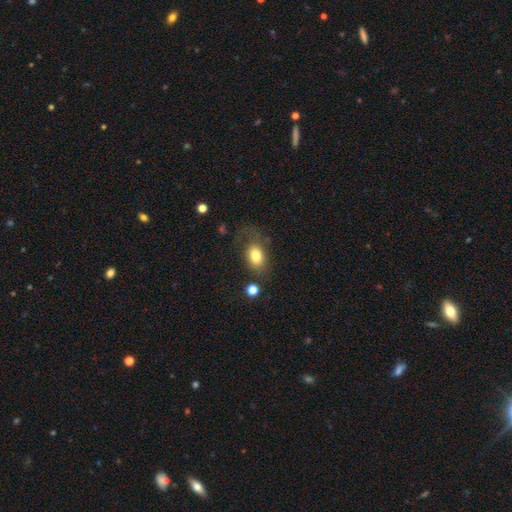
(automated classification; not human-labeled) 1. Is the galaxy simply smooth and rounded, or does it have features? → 78% smooth, 13% featured or disk, 9% star or artifact.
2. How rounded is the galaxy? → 80% in between, 18% round, 2% cigar-shaped.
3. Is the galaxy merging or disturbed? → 57% none, 21% minor disturbance, 17% major disturbance, 5% merger.